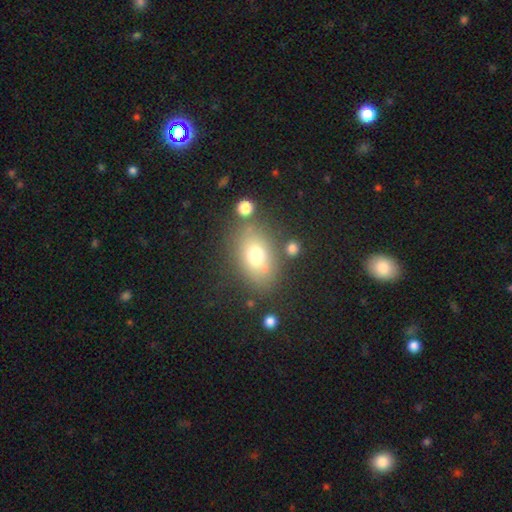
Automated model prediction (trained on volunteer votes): Smooth or featured? smooth (71%)
How rounded? in between (73%)
Merging? none (71%)